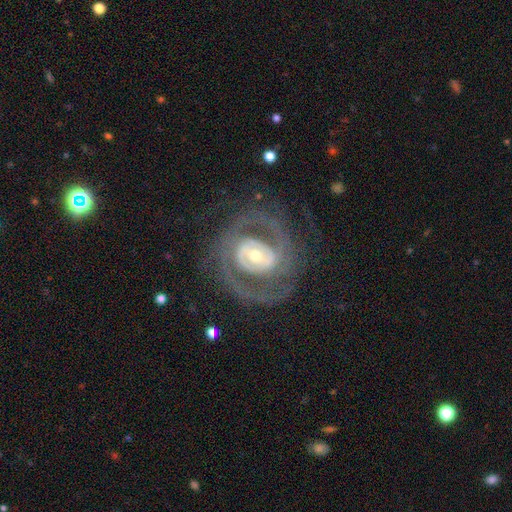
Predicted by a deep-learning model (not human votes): Smooth or featured? featured or disk (88%)
Edge-on disk? no (97%)
Bar? weak (40%)
Spiral arms? yes (91%)
Spiral winding? tight (47%)
Spiral arm count? 2 (62%)
Bulge size? moderate (57%)
Merging? none (71%)